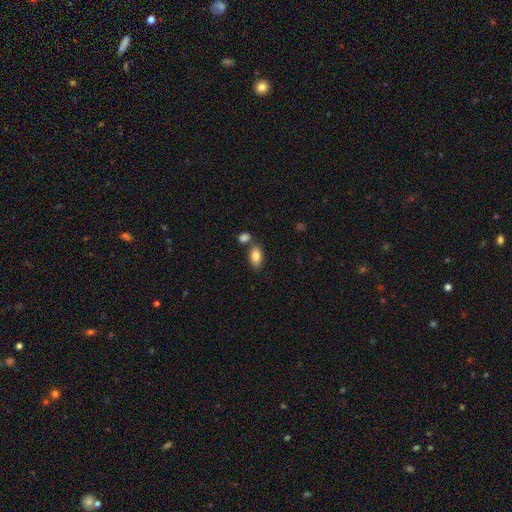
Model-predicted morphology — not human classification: smooth 84%, featured or disk 9%, star or artifact 7%. Down the decision tree: how rounded — in between (91%); merging — none (66%).